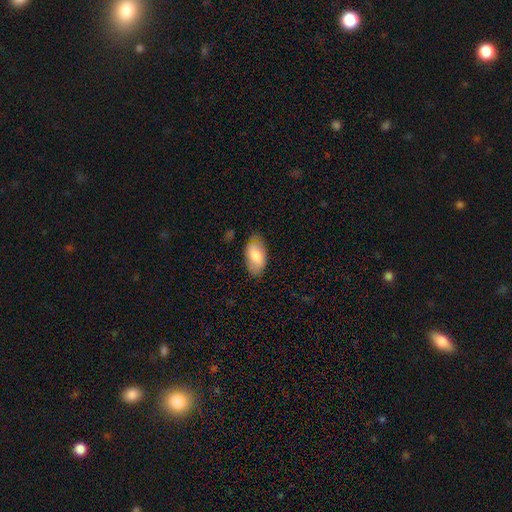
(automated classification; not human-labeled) A smooth galaxy with no disk features (76%) that is in between round and cigar-shaped (95%).

Vote fractions:
- Smooth or featured? smooth: 76% / featured or disk: 18% / star or artifact: 6%
- How rounded? in between: 95% / round: 3% / cigar-shaped: 2%
- Merging? none: 75% / minor disturbance: 20% / major disturbance: 4% / merger: 1%